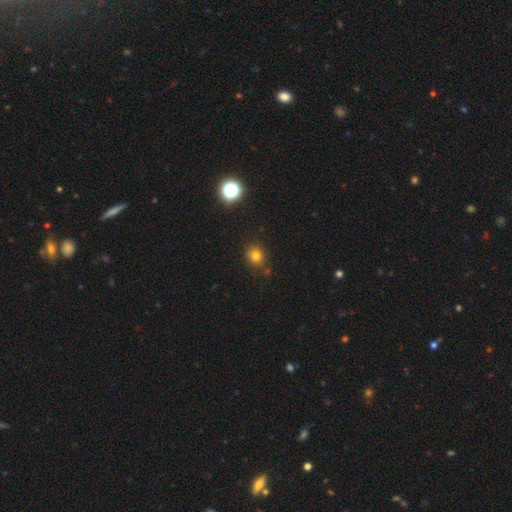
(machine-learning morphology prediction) Smooth or featured?
  - smooth: 76% *
  - star or artifact: 17%
  - featured or disk: 7%
How rounded?
  - round: 81% *
  - in between: 18%
  - cigar-shaped: 1%
Merging?
  - none: 79% *
  - minor disturbance: 12%
  - merger: 6%
  - major disturbance: 3%